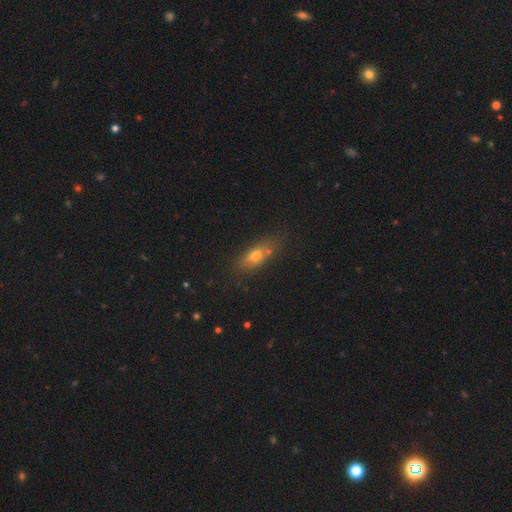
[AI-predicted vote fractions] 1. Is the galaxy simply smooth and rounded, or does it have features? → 64% smooth, 23% featured or disk, 13% star or artifact.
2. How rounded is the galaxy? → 67% in between, 23% cigar-shaped, 10% round.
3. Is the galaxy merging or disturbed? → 63% none, 17% minor disturbance, 13% merger, 6% major disturbance.